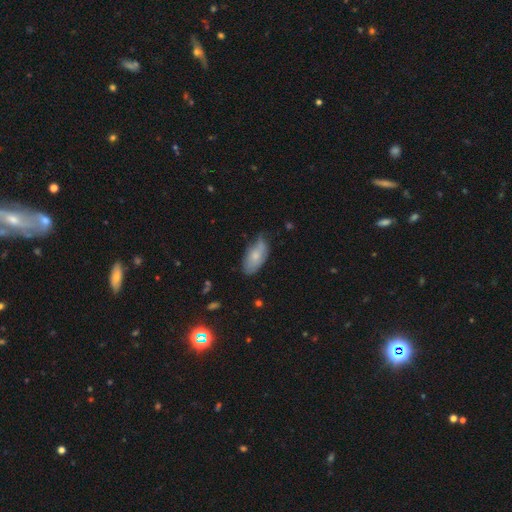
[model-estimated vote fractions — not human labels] The model was most divided on "merging": none: 51%, minor disturbance: 39%, major disturbance: 8%, merger: 2%. More confident: how rounded — in between (92%); smooth or featured — smooth (69%).